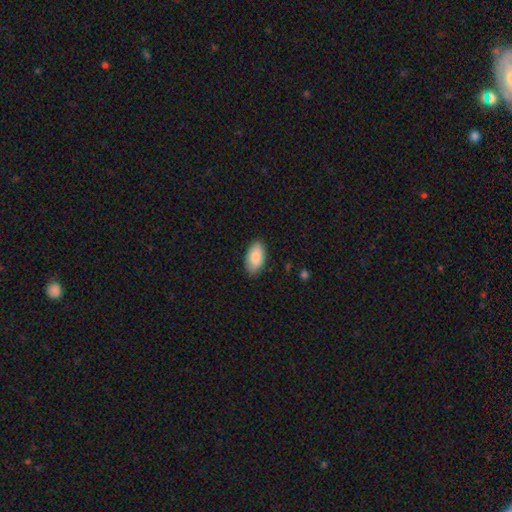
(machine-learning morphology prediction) smooth_or_featured: smooth (p=0.87) [alt: featured or disk p=0.07]
how_rounded: in between (p=0.95) [alt: round p=0.03]
merging: none (p=0.86) [alt: minor disturbance p=0.10]